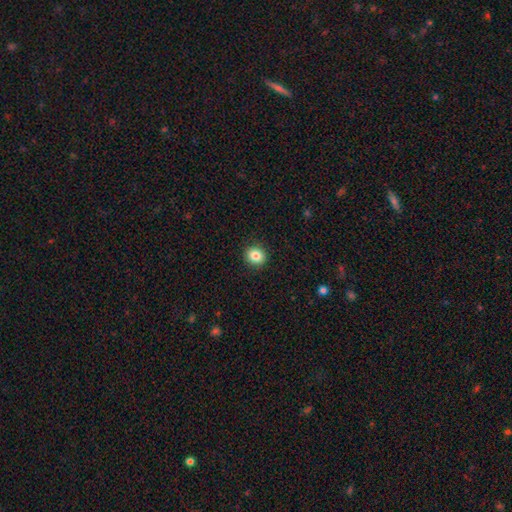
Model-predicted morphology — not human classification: Overall: smooth (84%). How rounded: round (81%). Merging: none (92%).